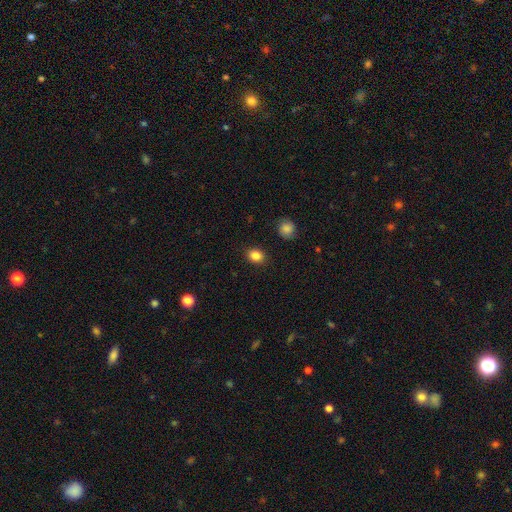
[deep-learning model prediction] Morphology: type=smooth (85%); roundness=in between (50%); merging=none (89%).